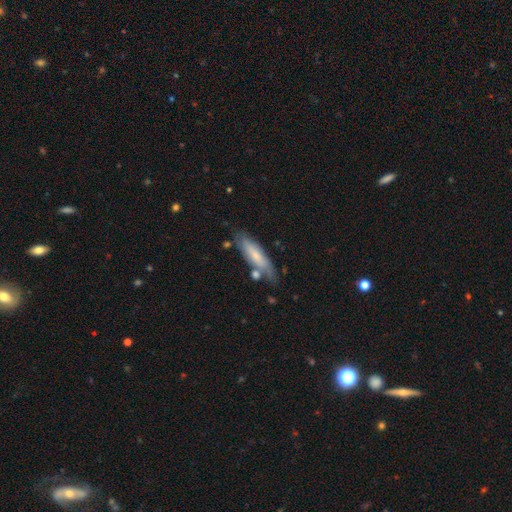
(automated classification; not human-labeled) This is likely a smooth galaxy (62%). How rounded: likely cigar-shaped (67%). Merging: likely none (66%).